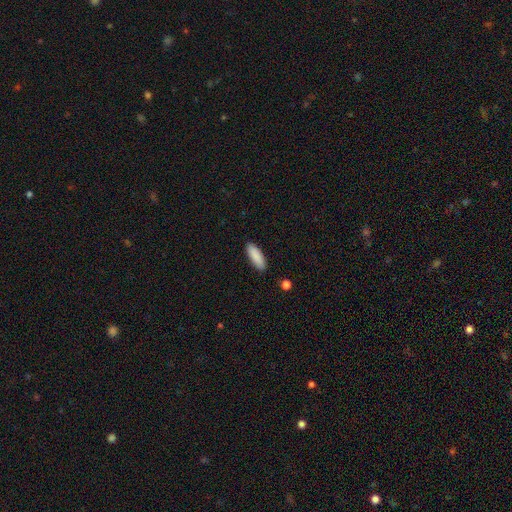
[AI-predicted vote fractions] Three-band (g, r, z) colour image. It shows a smooth galaxy with no disk features (89%) that is in between round and cigar-shaped (64%). Merging: none (89%).